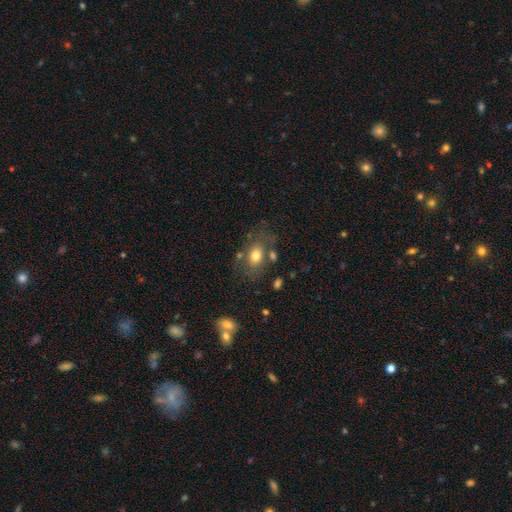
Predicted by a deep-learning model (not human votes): This is likely a smooth galaxy (71%). How rounded: likely in between (69%). Merging: likely none (63%).